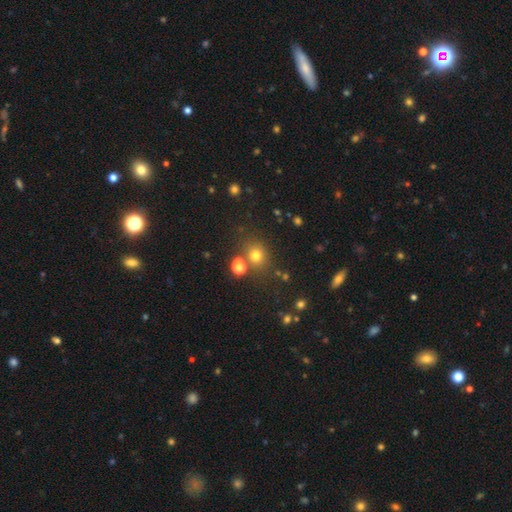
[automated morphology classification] smooth_or_featured: smooth (p=0.71) [alt: star or artifact p=0.21]
how_rounded: round (p=0.78) [alt: in between p=0.21]
merging: none (p=0.73) [alt: merger p=0.13]